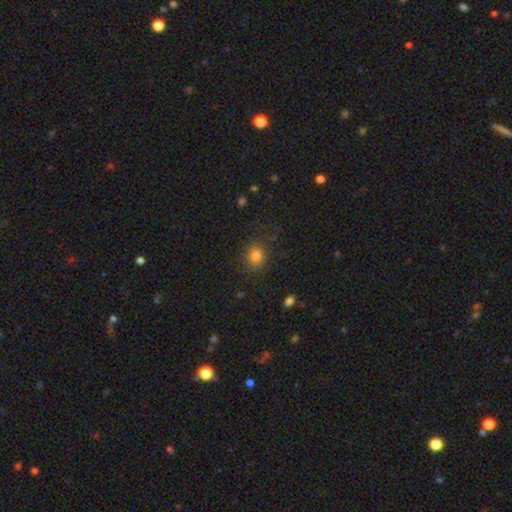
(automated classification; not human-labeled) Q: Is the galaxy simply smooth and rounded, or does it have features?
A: smooth — 81%.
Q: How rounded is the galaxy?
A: round — 70%.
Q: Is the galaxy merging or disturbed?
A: none — 82%.